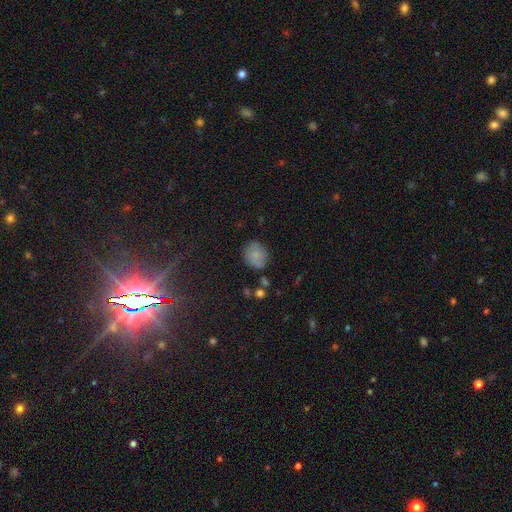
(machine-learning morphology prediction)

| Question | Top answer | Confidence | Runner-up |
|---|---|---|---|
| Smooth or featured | smooth | 76% | featured or disk (13%) |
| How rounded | round | 68% | in between (31%) |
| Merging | none | 72% | minor disturbance (19%) |